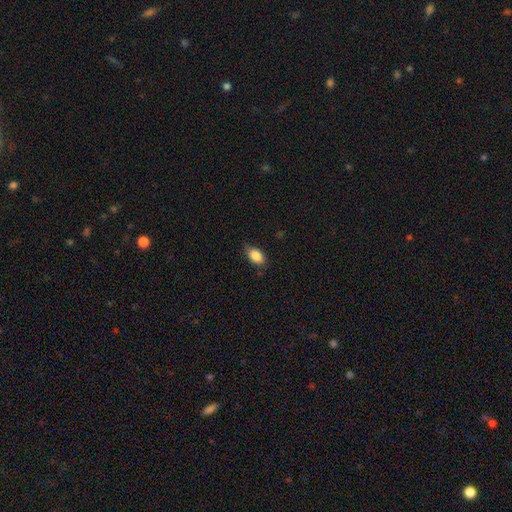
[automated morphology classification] This appears to be a smooth galaxy with no disk features (86%) that is in between round and cigar-shaped (89%). Merging: none (73%).